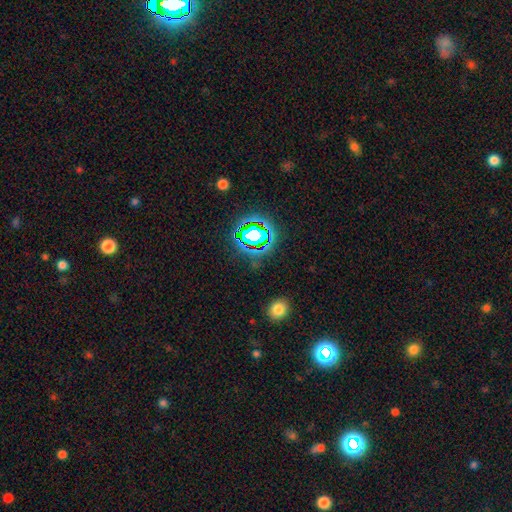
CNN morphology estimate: A star or artifact, not a galaxy (70%).

Vote fractions:
- Smooth or featured? star or artifact: 70% / smooth: 21% / featured or disk: 9%